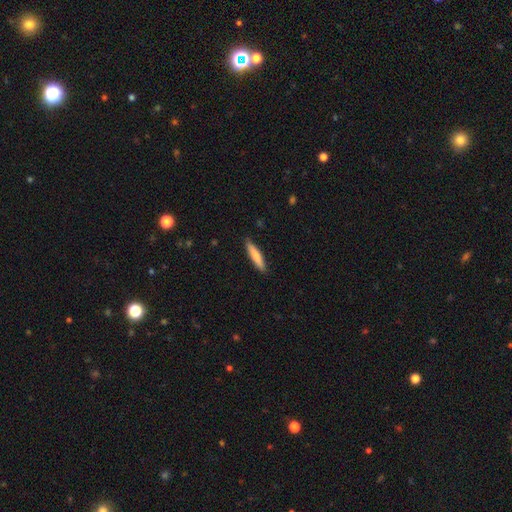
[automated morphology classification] This appears to be a smooth galaxy with no disk features (78%) that is cigar-shaped (88%). Merging: none (89%).